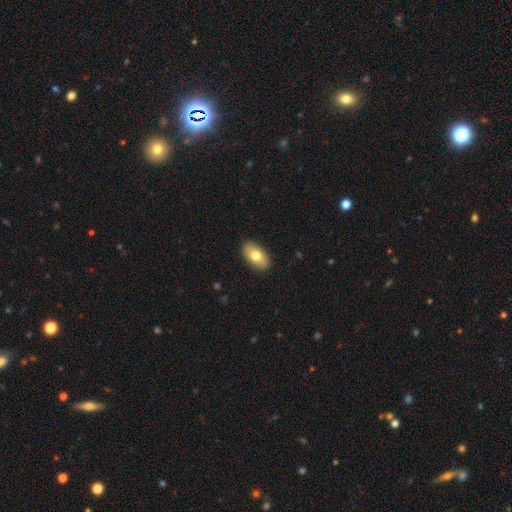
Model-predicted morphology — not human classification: This appears to be a smooth galaxy with no disk features (75%) that is in between round and cigar-shaped (94%). Merging: none (89%).